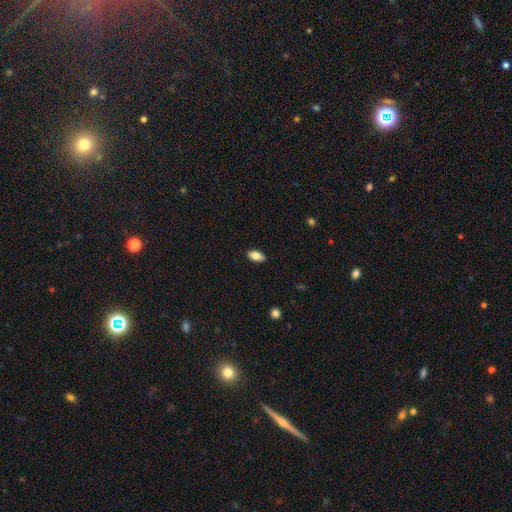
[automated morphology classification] smooth-or-featured: smooth: 83% | featured or disk: 9% | star or artifact: 7%
  how-rounded: in between: 91% | cigar-shaped: 5% | round: 3%
  merging: none: 88% | minor disturbance: 9% | major disturbance: 2% | merger: 1%